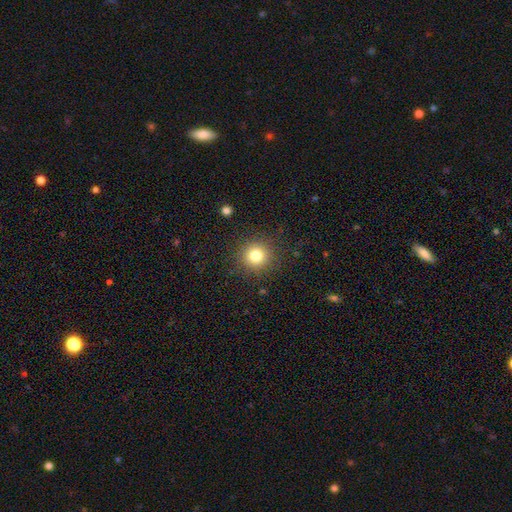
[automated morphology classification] This appears to be a smooth galaxy with no disk features (80%) that is round (94%). Merging: none (90%).